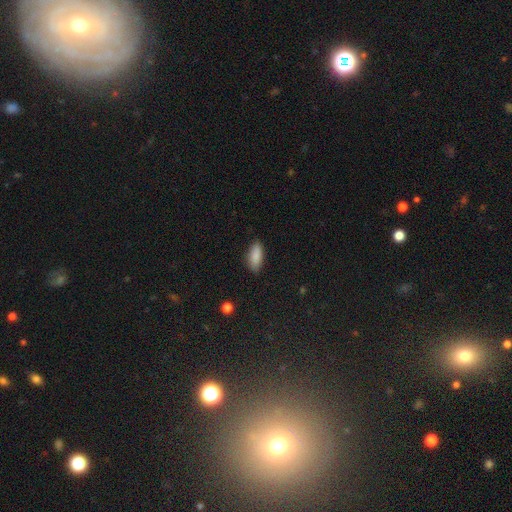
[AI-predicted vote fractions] Overall: smooth (88%). How rounded: in between (81%). Merging: none (86%).